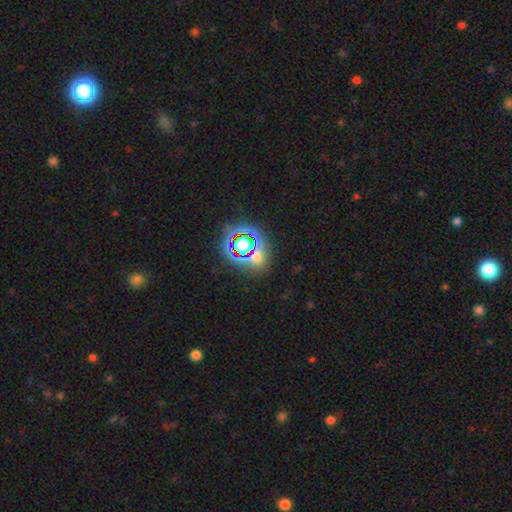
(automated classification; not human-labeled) Overall: star or artifact (58%; smooth 31%).